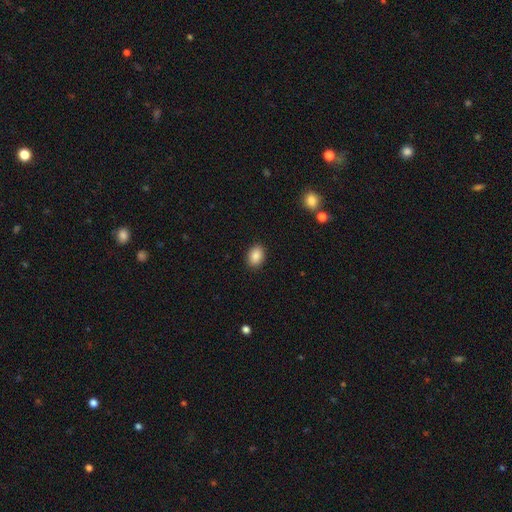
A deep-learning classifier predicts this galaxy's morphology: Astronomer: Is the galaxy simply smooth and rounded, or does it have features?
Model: smooth — 87%.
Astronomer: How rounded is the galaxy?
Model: in between — 73%.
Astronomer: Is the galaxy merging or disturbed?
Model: none — 90%.